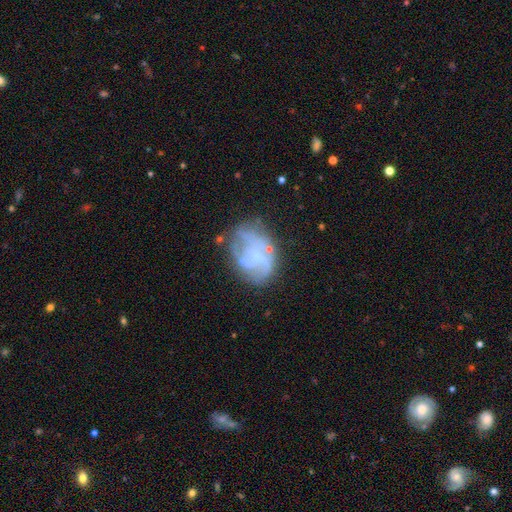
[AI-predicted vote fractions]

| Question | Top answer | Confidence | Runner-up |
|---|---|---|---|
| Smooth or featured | featured or disk | 61% | smooth (29%) |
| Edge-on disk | no | 98% | yes (2%) |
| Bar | no | 75% | weak (20%) |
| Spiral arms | no | 52% | yes (48%) |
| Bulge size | none | 62% | small (23%) |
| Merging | none | 47% | minor disturbance (25%) |